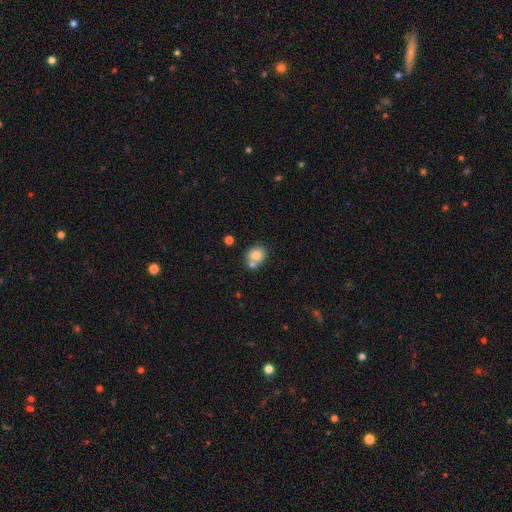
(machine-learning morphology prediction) A smooth galaxy with no disk features (81%) that is round (72%). Merging: none (58%).